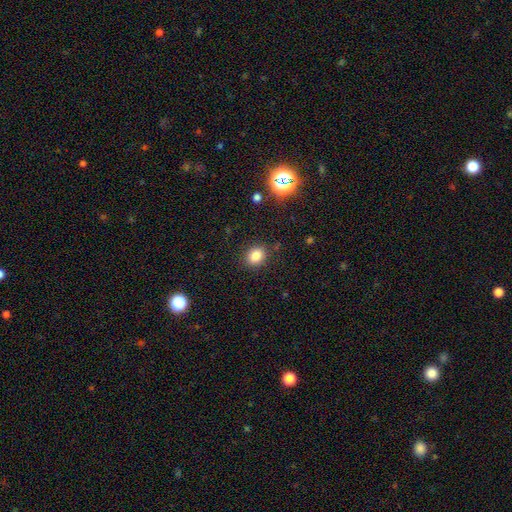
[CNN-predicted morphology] Q: Smooth or featured?
A: smooth (82%); runner-up: star or artifact (13%)
Q: How rounded?
A: in between (54%); runner-up: round (45%)
Q: Merging?
A: none (84%); runner-up: minor disturbance (11%)